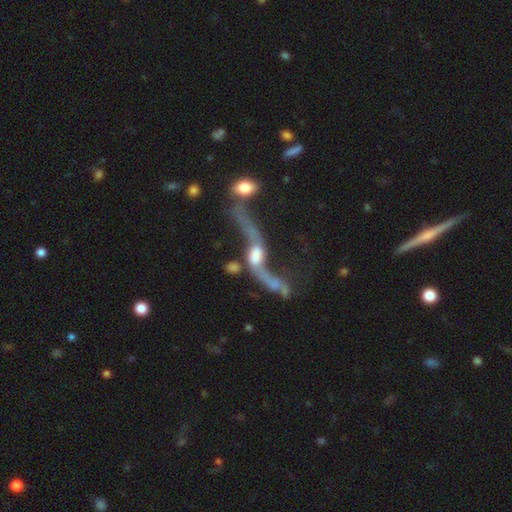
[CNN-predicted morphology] This is likely a featured or disk galaxy (77%). It is likely not viewed edge-on (74%). Bar: possibly no (49%). Spiral arm pattern: clearly yes (82%). Central bulge: marginally moderate (35%). Merging: marginally merger (33%).